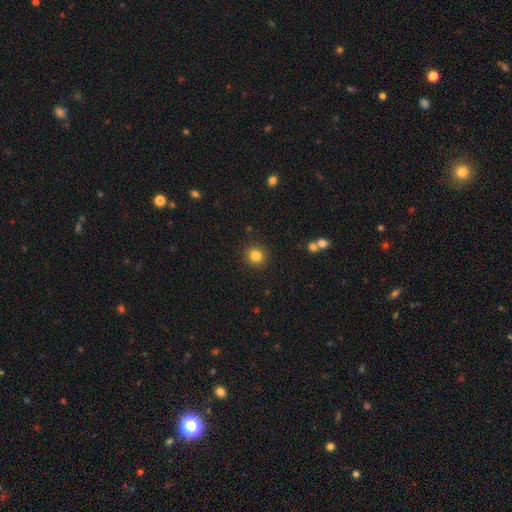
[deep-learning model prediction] Overall: smooth (83%). How rounded: round (90%). Merging: none (91%).